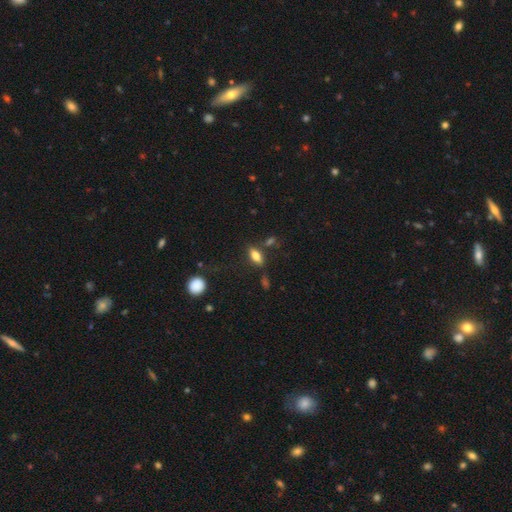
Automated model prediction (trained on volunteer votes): Smooth or featured? Predicted: smooth (p=0.67). How rounded? Predicted: in between (p=0.78). Merging? Predicted: none (p=0.75).